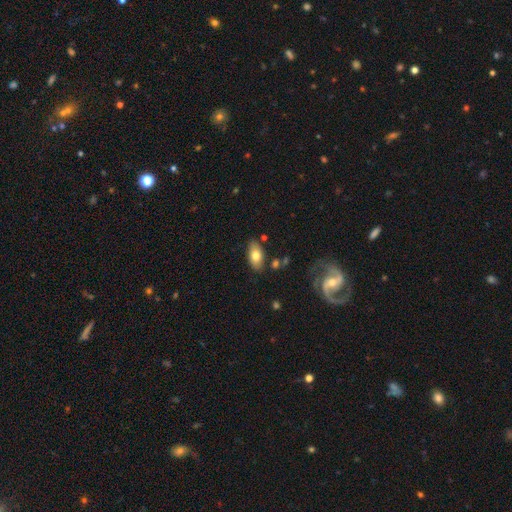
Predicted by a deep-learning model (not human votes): smooth 75%, featured or disk 18%, star or artifact 7%. Down the decision tree: how rounded — in between (92%); merging — none (81%).